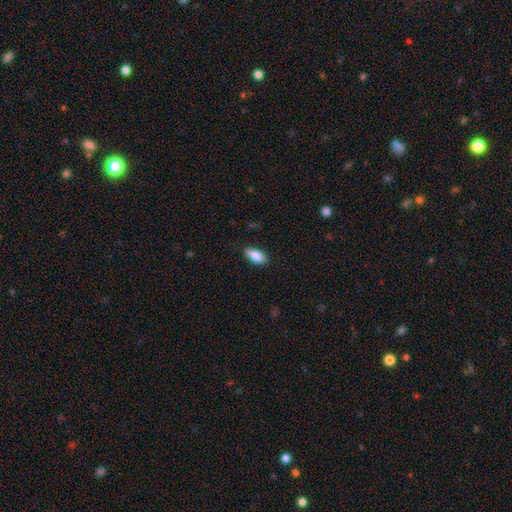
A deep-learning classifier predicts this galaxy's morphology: A smooth galaxy with no disk features (84%) that is in between round and cigar-shaped (84%).

Vote fractions:
- Smooth or featured? smooth: 84% / featured or disk: 10% / star or artifact: 7%
- How rounded? in between: 84% / cigar-shaped: 13% / round: 3%
- Merging? none: 82% / minor disturbance: 14% / major disturbance: 3% / merger: 1%